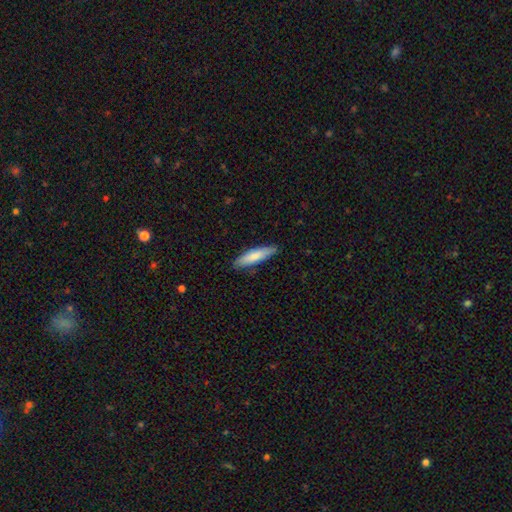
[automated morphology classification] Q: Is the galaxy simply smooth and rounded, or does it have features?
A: smooth — 80%.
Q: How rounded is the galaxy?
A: cigar-shaped — 72%.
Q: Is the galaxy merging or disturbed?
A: none — 86%.